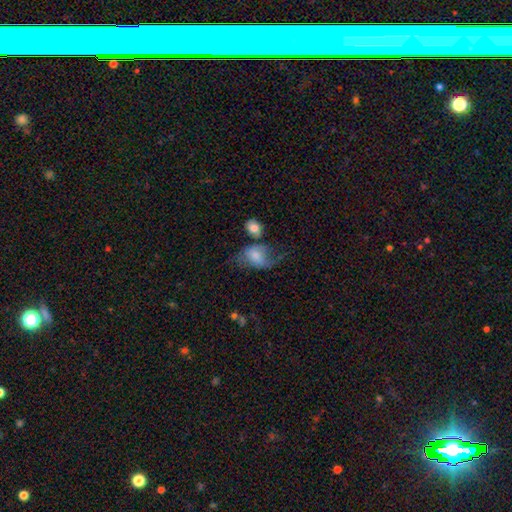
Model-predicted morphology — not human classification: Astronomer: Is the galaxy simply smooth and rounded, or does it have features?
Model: smooth — 58% (runner-up: featured or disk, 34%).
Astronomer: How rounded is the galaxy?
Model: in between — 76%.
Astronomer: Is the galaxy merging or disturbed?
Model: major disturbance — 34% (runner-up: none, 28%).